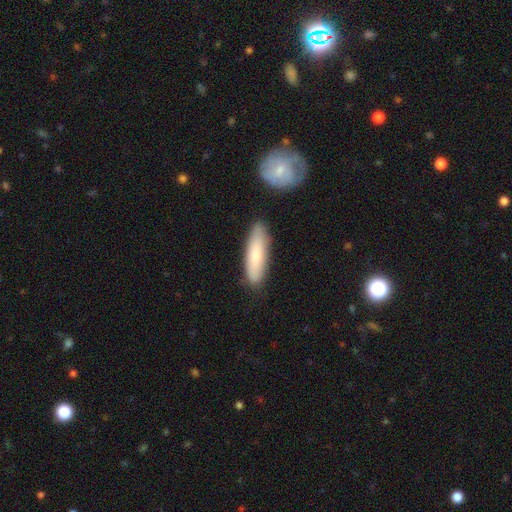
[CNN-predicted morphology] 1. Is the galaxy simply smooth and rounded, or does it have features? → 76% smooth, 19% featured or disk, 5% star or artifact.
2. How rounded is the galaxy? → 60% cigar-shaped, 38% in between, 2% round.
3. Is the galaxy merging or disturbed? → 81% none, 13% minor disturbance, 4% merger, 2% major disturbance.